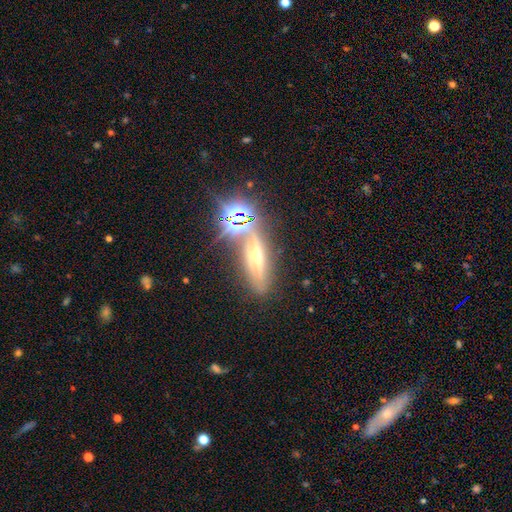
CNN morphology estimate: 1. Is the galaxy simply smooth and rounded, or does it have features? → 44% featured or disk, 34% star or artifact, 22% smooth.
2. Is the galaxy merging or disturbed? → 71% none, 14% minor disturbance, 8% merger, 7% major disturbance.